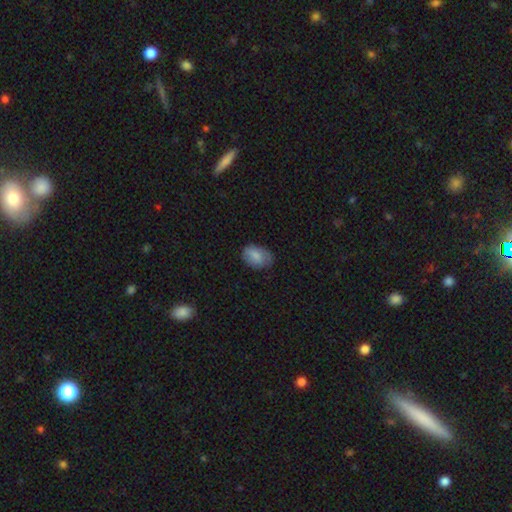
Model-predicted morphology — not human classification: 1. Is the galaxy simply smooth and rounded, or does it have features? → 80% smooth, 13% featured or disk, 7% star or artifact.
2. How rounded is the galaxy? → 85% in between, 14% round, 1% cigar-shaped.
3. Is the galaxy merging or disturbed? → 71% none, 23% minor disturbance, 5% major disturbance, 1% merger.